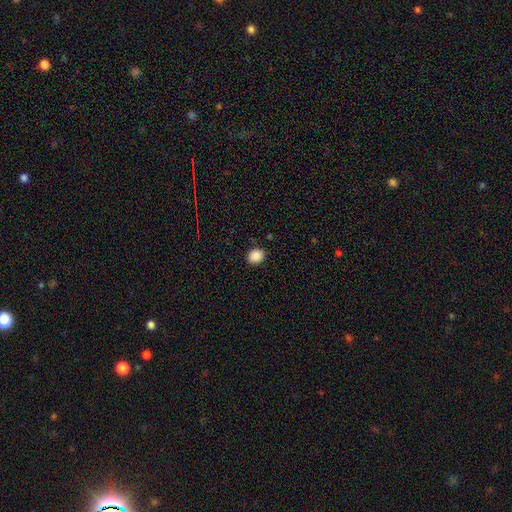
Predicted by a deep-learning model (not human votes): A smooth galaxy with no disk features (88%) that is round (54%). Merging: none (88%).